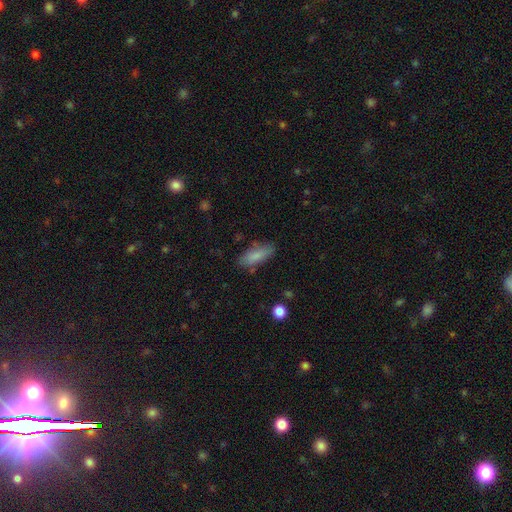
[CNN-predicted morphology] type=smooth (83%); roundness=in between (67%); merging=none (76%).